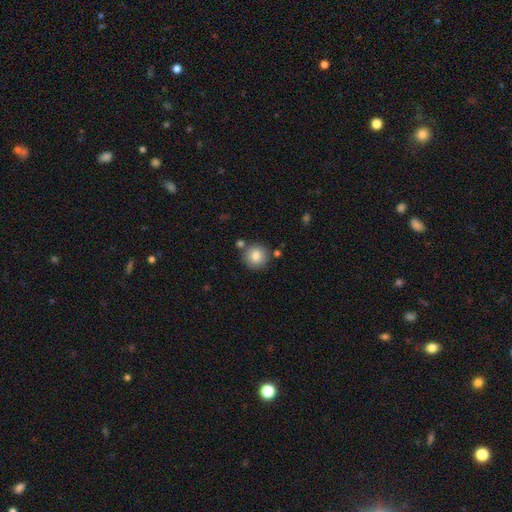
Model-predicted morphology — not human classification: Smooth or featured? smooth (83%)
How rounded? round (93%)
Merging? none (80%)